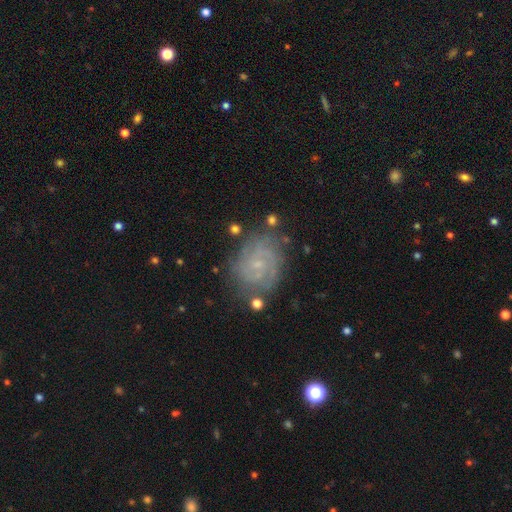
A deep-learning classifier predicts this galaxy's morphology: smooth-or-featured: featured or disk: 62% | smooth: 20% | star or artifact: 19%
  disk-edge-on: no: 96% | yes: 4%
    bar: no: 71% | weak: 24% | strong: 5%
    has-spiral-arms: yes: 89% | no: 11%
      spiral-winding: tight: 69% | medium: 24% | loose: 7%
      spiral-arm-count: can't tell: 42% | 2: 23% | 3: 13% | 4: 9% | more than 4: 6% | 1: 6%
    bulge-size: small: 80% | moderate: 14% | none: 4% | large: 1% | dominant: 1%
  merging: none: 77% | minor disturbance: 14% | major disturbance: 5% | merger: 4%